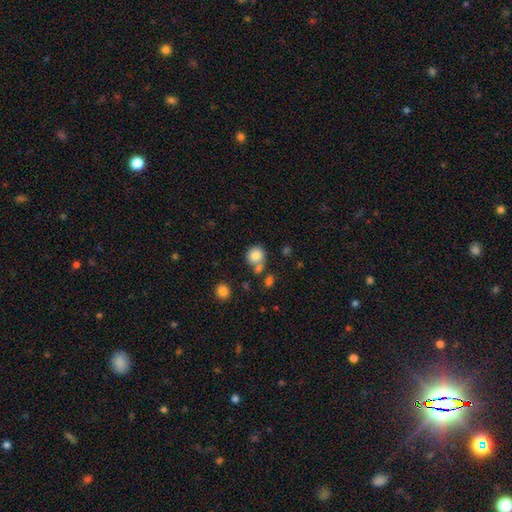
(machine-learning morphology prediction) smooth 83%, star or artifact 10%, featured or disk 7%. Down the decision tree: how rounded — round (83%); merging — none (58%).